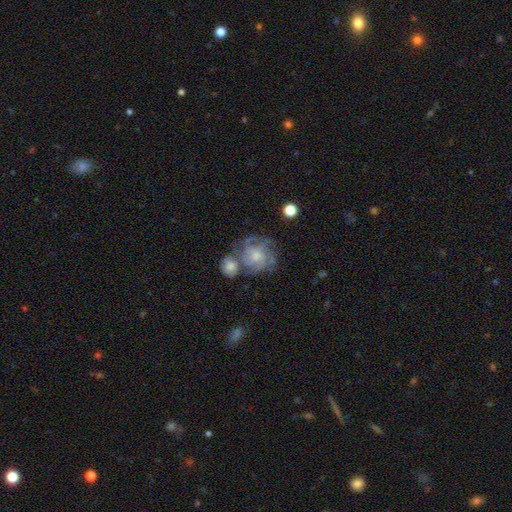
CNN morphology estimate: smooth-or-featured: featured or disk: 70% | smooth: 16% | star or artifact: 14%
  disk-edge-on: no: 97% | yes: 3%
    bar: no: 68% | weak: 26% | strong: 6%
    has-spiral-arms: yes: 92% | no: 8%
      spiral-winding: tight: 60% | medium: 32% | loose: 7%
      spiral-arm-count: 3: 31% | can't tell: 29% | 2: 17% | 4: 11% | more than 4: 6% | 1: 6%
    bulge-size: moderate: 48% | small: 45% | large: 3% | none: 3% | dominant: 1%
  merging: none: 60% | merger: 21% | minor disturbance: 13% | major disturbance: 6%